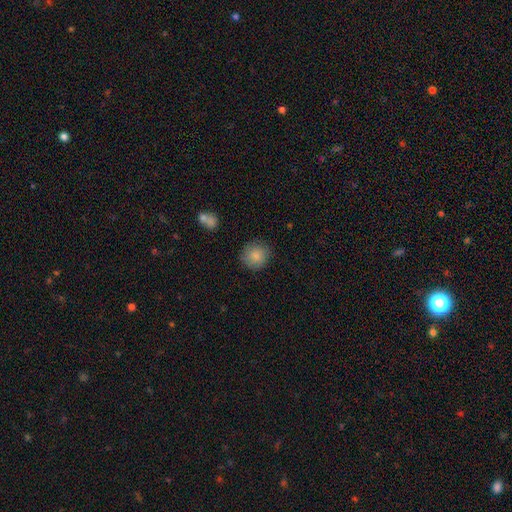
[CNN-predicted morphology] Smooth or featured? Predicted: smooth (p=0.85). How rounded? Predicted: round (p=0.90). Merging? Predicted: none (p=0.84).